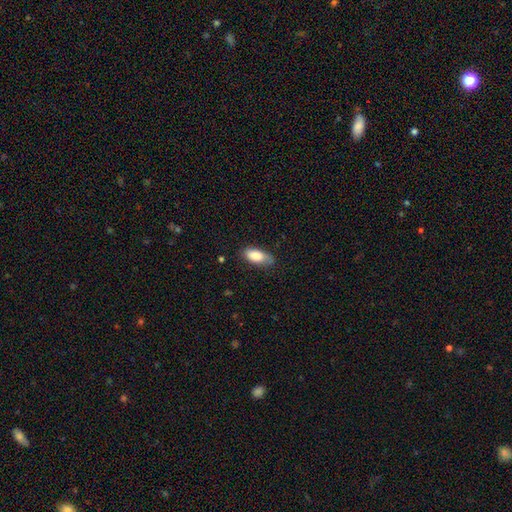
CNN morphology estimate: type=smooth (84%); roundness=in between (87%); merging=none (66%).